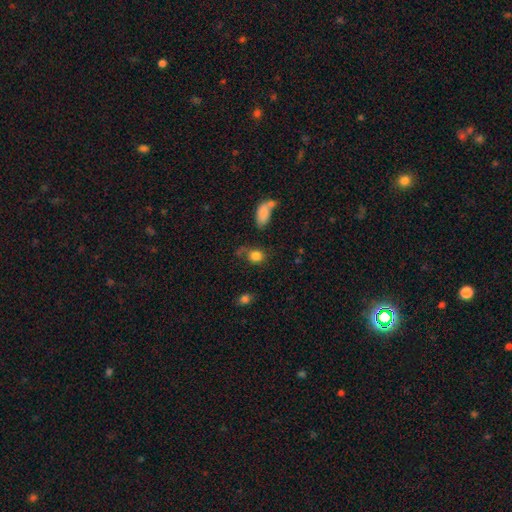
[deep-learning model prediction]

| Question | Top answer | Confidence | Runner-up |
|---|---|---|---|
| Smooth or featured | smooth | 82% | star or artifact (10%) |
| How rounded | round | 64% | in between (35%) |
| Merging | none | 55% | minor disturbance (21%) |